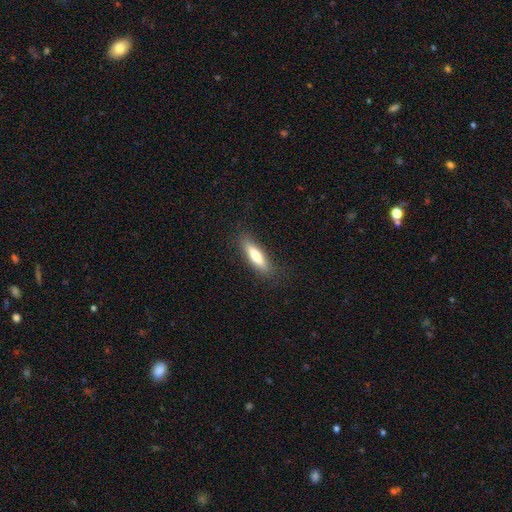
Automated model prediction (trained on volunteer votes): smooth_or_featured: smooth (p=0.70) [alt: featured or disk p=0.23]
how_rounded: cigar-shaped (p=0.68) [alt: in between p=0.31]
merging: none (p=0.85) [alt: minor disturbance p=0.11]